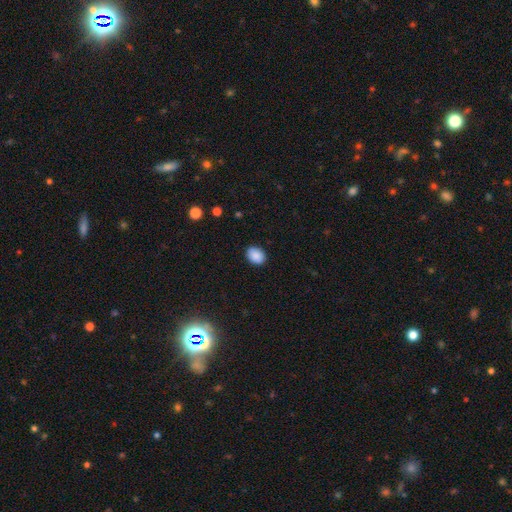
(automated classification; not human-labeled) This is clearly a smooth galaxy (89%). How rounded: likely in between (67%). Merging: clearly none (88%).